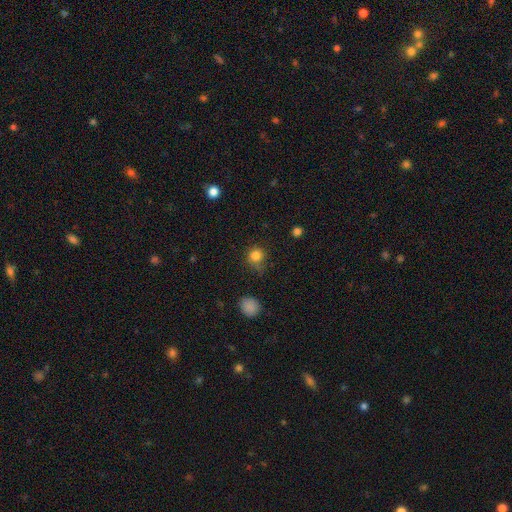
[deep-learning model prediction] smooth-or-featured: smooth: 82% | star or artifact: 13% | featured or disk: 5%
  how-rounded: round: 90% | in between: 9% | cigar-shaped: 1%
  merging: none: 67% | minor disturbance: 22% | major disturbance: 8% | merger: 3%